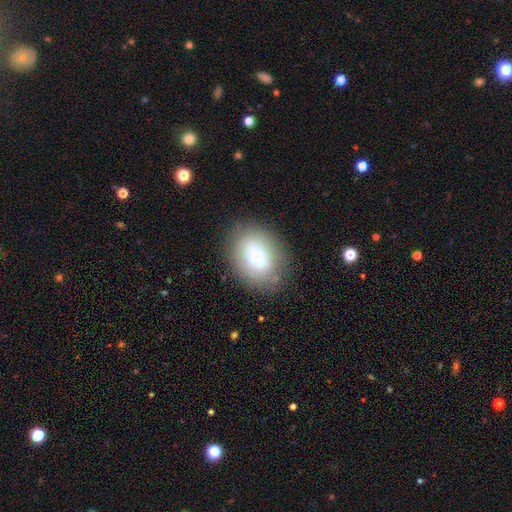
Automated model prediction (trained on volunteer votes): The model was most divided on "smooth or featured": featured or disk: 48%, smooth: 42%, star or artifact: 10%. More confident: merging — none (68%).